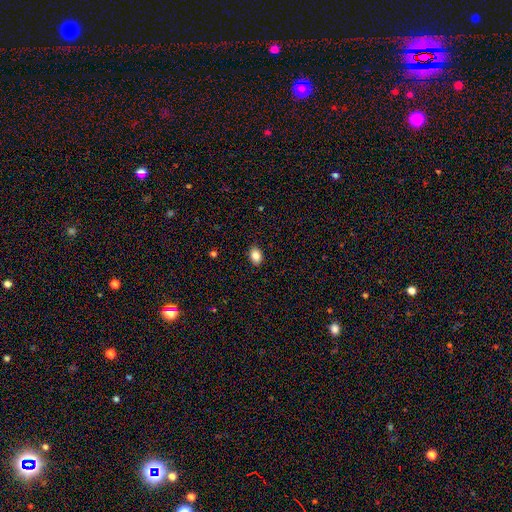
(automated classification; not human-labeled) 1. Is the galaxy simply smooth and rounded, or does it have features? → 86% smooth, 9% star or artifact, 5% featured or disk.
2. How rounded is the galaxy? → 81% in between, 18% round, 1% cigar-shaped.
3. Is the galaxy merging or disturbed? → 89% none, 8% minor disturbance, 2% major disturbance, 1% merger.